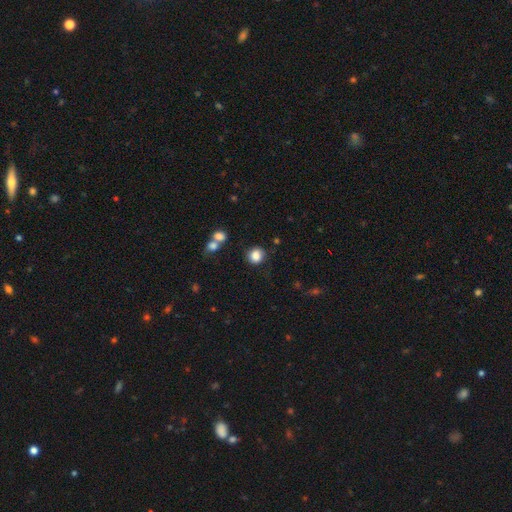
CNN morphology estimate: Q: Smooth or featured?
A: smooth (86%); runner-up: star or artifact (10%)
Q: How rounded?
A: round (80%); runner-up: in between (19%)
Q: Merging?
A: none (75%); runner-up: minor disturbance (14%)